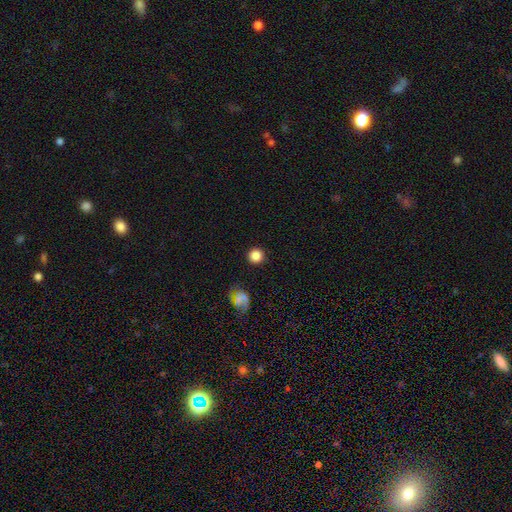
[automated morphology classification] Smooth or featured?
  - smooth: 82% *
  - star or artifact: 10%
  - featured or disk: 8%
How rounded?
  - round: 95% *
  - in between: 4%
  - cigar-shaped: 1%
Merging?
  - none: 89% *
  - minor disturbance: 6%
  - major disturbance: 3%
  - merger: 2%